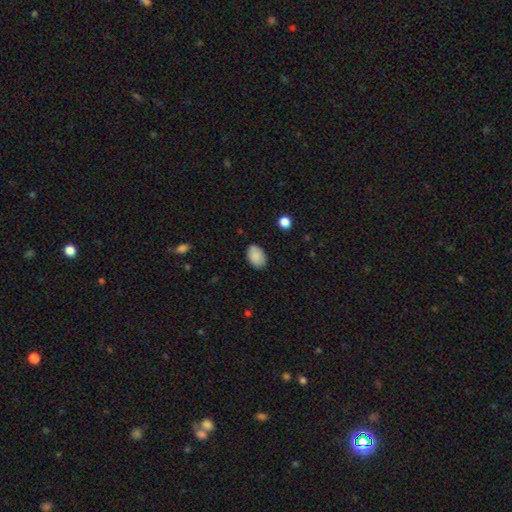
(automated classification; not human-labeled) Smooth or featured?
  - smooth: 88% *
  - star or artifact: 7%
  - featured or disk: 5%
How rounded?
  - in between: 85% *
  - round: 14%
  - cigar-shaped: 1%
Merging?
  - none: 81% *
  - minor disturbance: 15%
  - major disturbance: 3%
  - merger: 2%